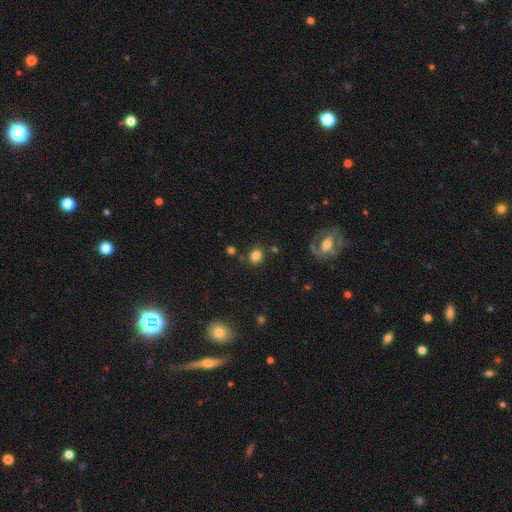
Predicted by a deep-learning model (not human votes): This is clearly a smooth galaxy (80%). How rounded: likely round (75%). Merging: likely none (79%).